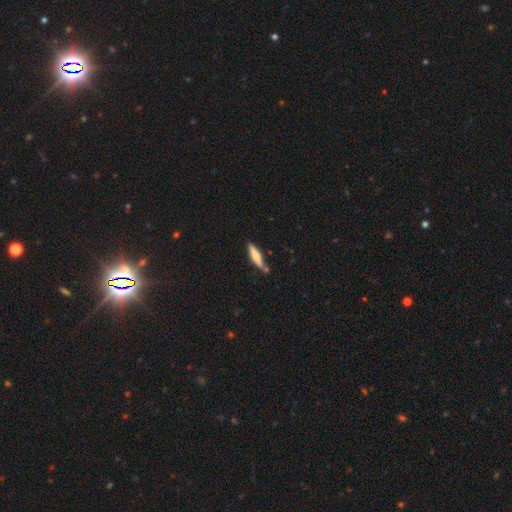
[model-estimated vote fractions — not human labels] A smooth galaxy with no disk features (62%) that is cigar-shaped (81%). Merging: none (72%).